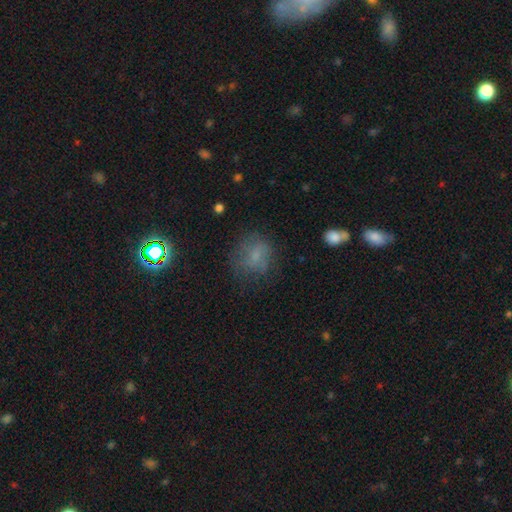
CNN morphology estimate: smooth_or_featured: smooth (p=0.62) [alt: featured or disk p=0.20]
how_rounded: round (p=0.71) [alt: in between p=0.28]
merging: none (p=0.63) [alt: minor disturbance p=0.21]